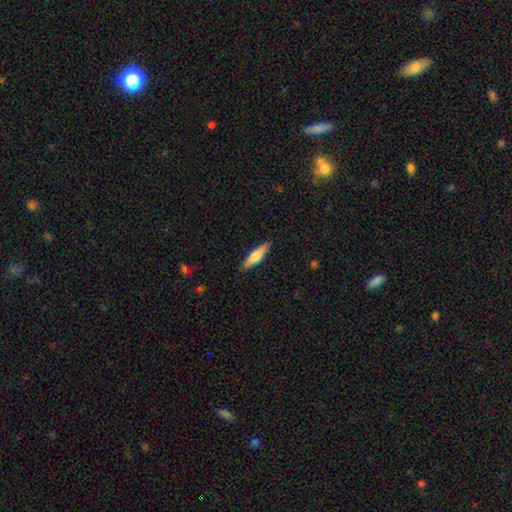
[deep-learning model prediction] Smooth or featured?
  - smooth: 65% *
  - featured or disk: 29%
  - star or artifact: 5%
How rounded?
  - cigar-shaped: 75% *
  - in between: 23%
  - round: 2%
Merging?
  - none: 89% *
  - minor disturbance: 8%
  - major disturbance: 2%
  - merger: 1%